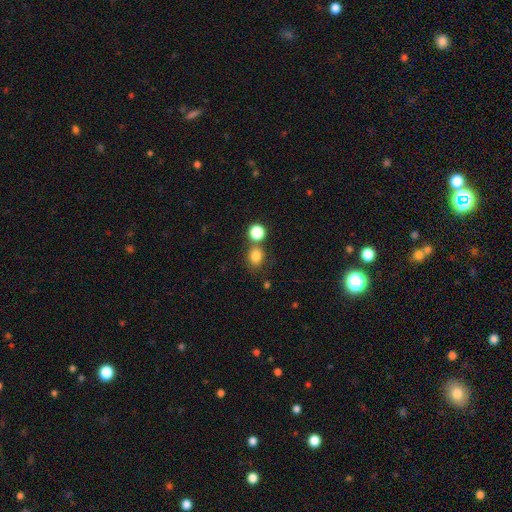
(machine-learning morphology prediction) smooth 81%, star or artifact 13%, featured or disk 6%. Down the decision tree: how rounded — round (66%); merging — none (65%).